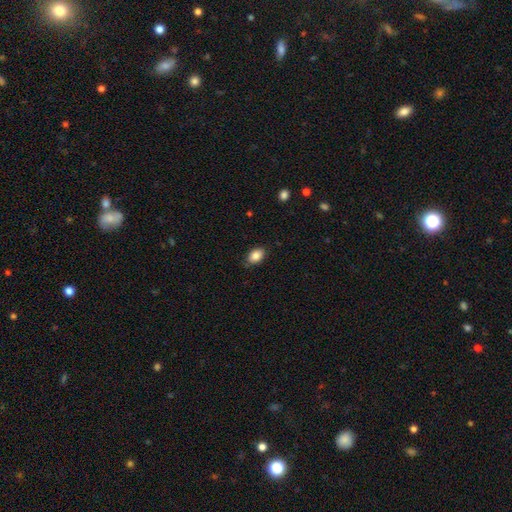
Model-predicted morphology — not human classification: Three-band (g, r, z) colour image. It shows a smooth galaxy with no disk features (86%) that is in between round and cigar-shaped (86%). Merging: none (81%).